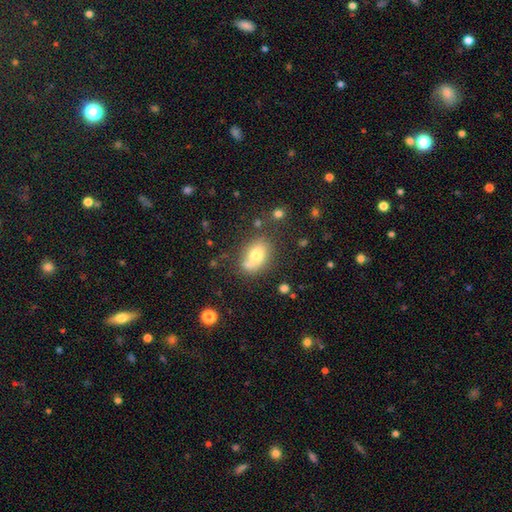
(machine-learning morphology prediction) smooth 71%, featured or disk 18%, star or artifact 11%. Down the decision tree: how rounded — in between (73%); merging — none (57%).